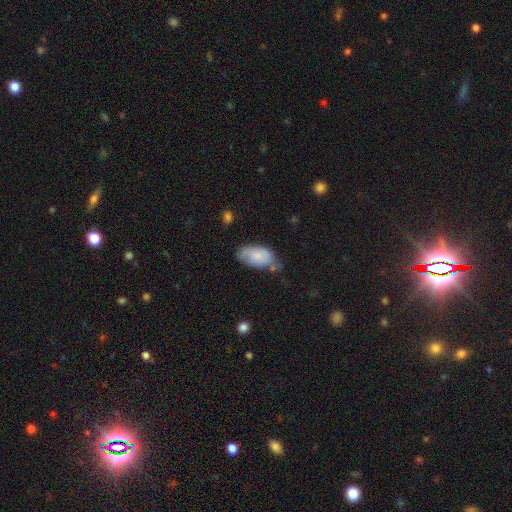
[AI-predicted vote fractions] Smooth or featured: smooth — 75% (featured or disk — 19%)
How rounded: in between — 94% (round — 4%)
Merging: none — 52% (minor disturbance — 32%)